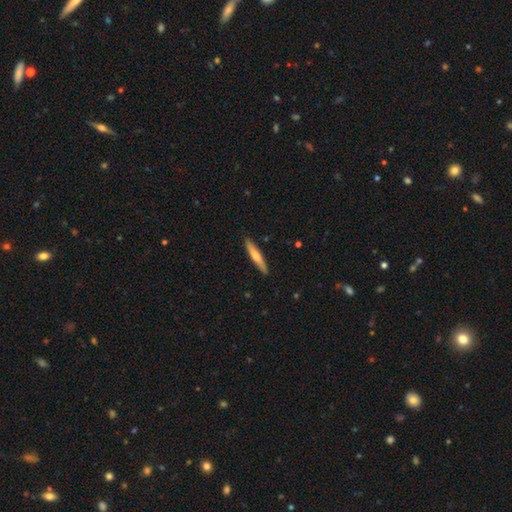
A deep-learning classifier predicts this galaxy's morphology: The model was most divided on "smooth or featured": smooth: 65%, featured or disk: 30%, star or artifact: 5%. More confident: how rounded — cigar-shaped (93%); merging — none (89%).